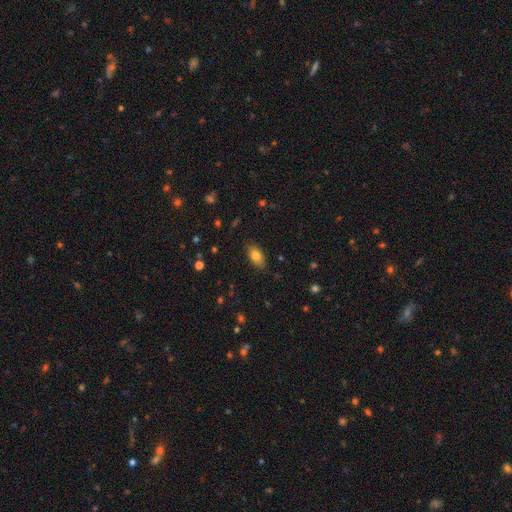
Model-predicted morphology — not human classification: Q: Smooth or featured?
A: smooth (79%); runner-up: featured or disk (12%)
Q: How rounded?
A: in between (89%); runner-up: round (7%)
Q: Merging?
A: none (85%); runner-up: minor disturbance (11%)